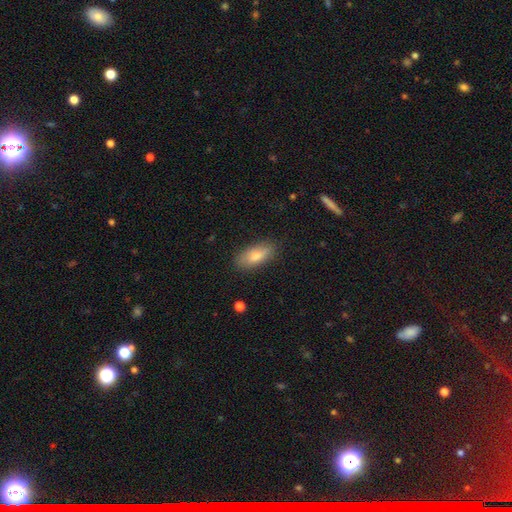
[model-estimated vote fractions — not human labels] A smooth galaxy with no disk features (75%) that is in between round and cigar-shaped (77%).

Vote fractions:
- Smooth or featured? smooth: 75% / featured or disk: 18% / star or artifact: 7%
- How rounded? in between: 77% / cigar-shaped: 20% / round: 3%
- Merging? none: 83% / minor disturbance: 13% / major disturbance: 3% / merger: 1%